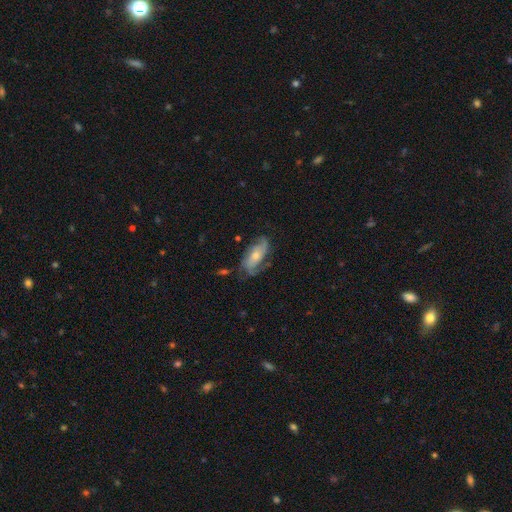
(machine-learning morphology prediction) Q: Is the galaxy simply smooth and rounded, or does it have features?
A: featured or disk — 72%.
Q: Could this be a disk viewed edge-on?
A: no — 93%.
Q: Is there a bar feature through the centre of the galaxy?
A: no — 65%.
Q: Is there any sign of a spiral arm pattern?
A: yes — 90%.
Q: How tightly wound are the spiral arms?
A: medium — 42%.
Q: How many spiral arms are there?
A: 2 — 52%.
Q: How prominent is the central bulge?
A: moderate — 50%.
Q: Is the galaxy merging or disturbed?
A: none — 61%.